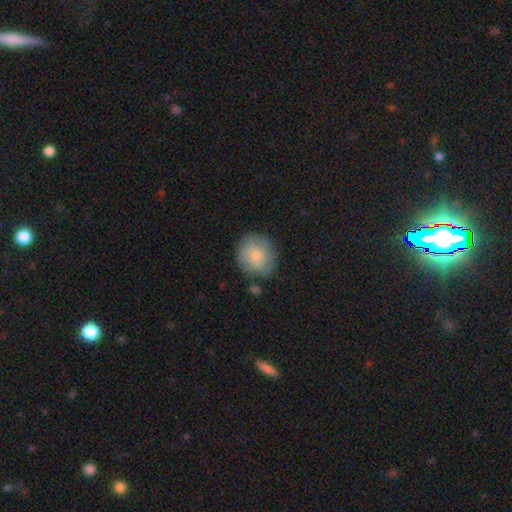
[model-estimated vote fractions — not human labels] smooth_or_featured: smooth (p=0.75) [alt: featured or disk p=0.19]
how_rounded: round (p=0.79) [alt: in between p=0.20]
merging: none (p=0.72) [alt: minor disturbance p=0.19]